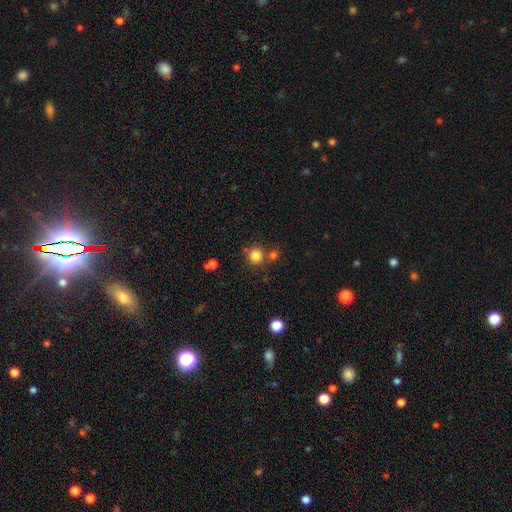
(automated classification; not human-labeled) A smooth galaxy with no disk features (81%) that is round (93%). Merging: none (70%).